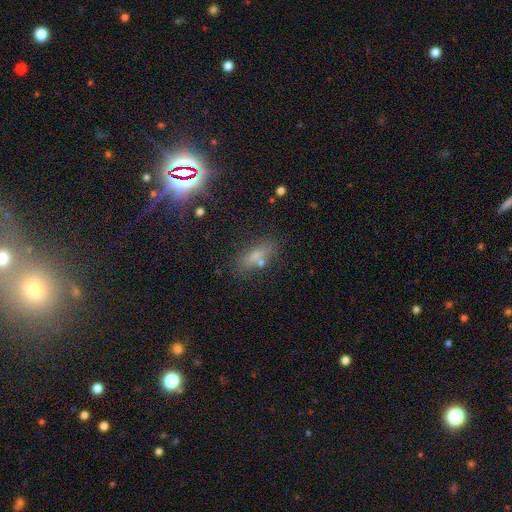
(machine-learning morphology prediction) A smooth galaxy with no disk features (62%) that is in between round and cigar-shaped (55%). Merging: none (73%).